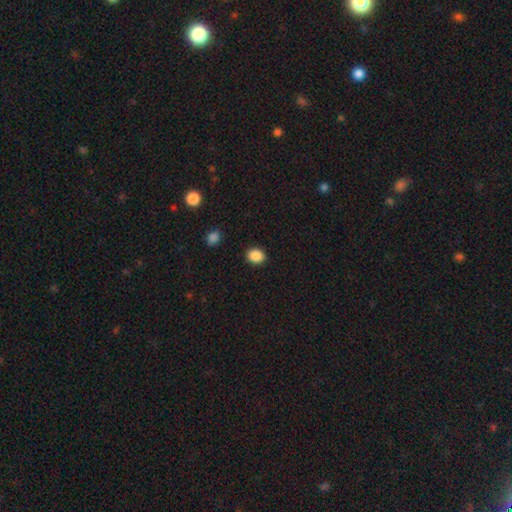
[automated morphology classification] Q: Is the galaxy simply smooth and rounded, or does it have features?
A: smooth — 88%.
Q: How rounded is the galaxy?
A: round — 56%.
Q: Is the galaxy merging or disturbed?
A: none — 89%.